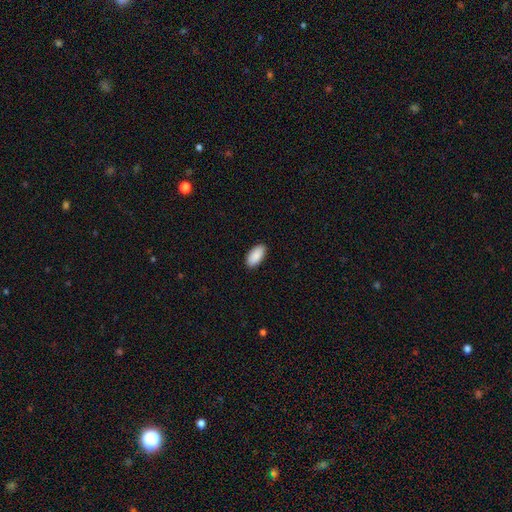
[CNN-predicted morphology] A smooth galaxy with no disk features (91%) that is in between round and cigar-shaped (94%).

Vote fractions:
- Smooth or featured? smooth: 91% / star or artifact: 6% / featured or disk: 3%
- How rounded? in between: 94% / cigar-shaped: 4% / round: 2%
- Merging? none: 90% / minor disturbance: 7% / major disturbance: 2% / merger: 1%